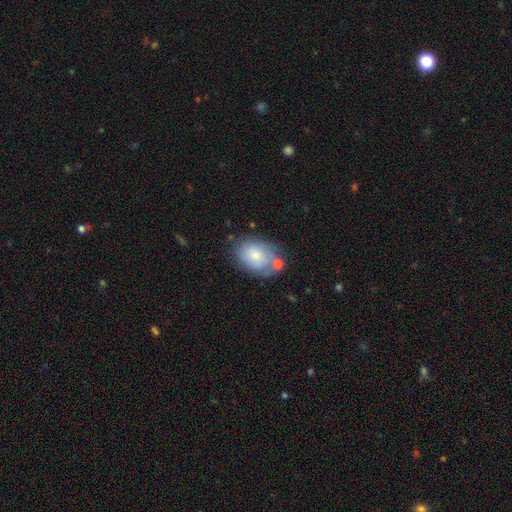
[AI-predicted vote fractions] smooth-or-featured: smooth: 72% | featured or disk: 21% | star or artifact: 7%
  how-rounded: in between: 78% | round: 21% | cigar-shaped: 1%
  merging: none: 59% | minor disturbance: 22% | merger: 11% | major disturbance: 7%